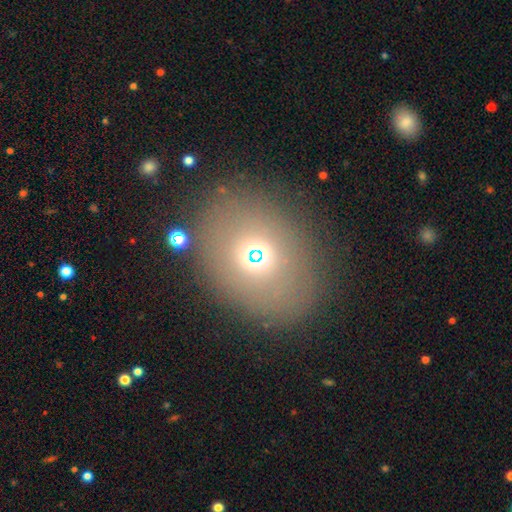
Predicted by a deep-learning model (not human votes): Smooth or featured?
  - smooth: 56% *
  - star or artifact: 29%
  - featured or disk: 15%
How rounded?
  - in between: 53% *
  - round: 44%
  - cigar-shaped: 3%
Merging?
  - none: 82% *
  - minor disturbance: 9%
  - major disturbance: 5%
  - merger: 3%